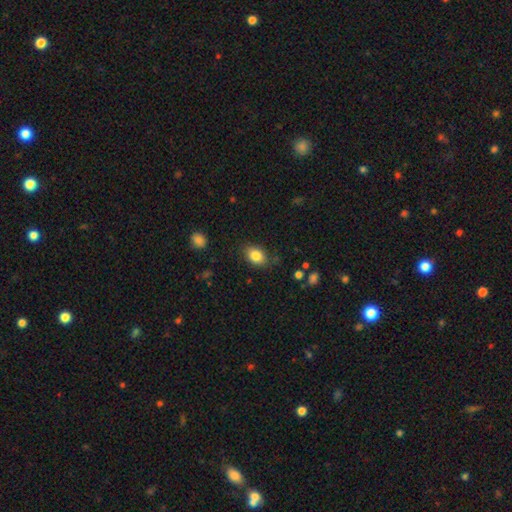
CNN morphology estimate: smooth 85%, star or artifact 8%, featured or disk 7%. Down the decision tree: how rounded — in between (79%); merging — none (80%).